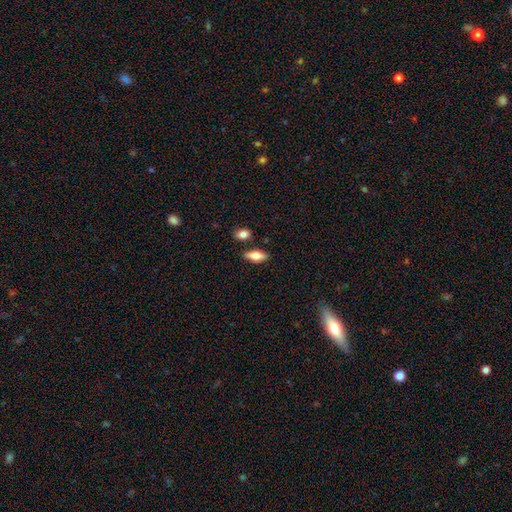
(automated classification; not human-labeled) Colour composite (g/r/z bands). It shows a smooth galaxy with no disk features (70%) that is in between round and cigar-shaped (75%). Merging: none (80%).